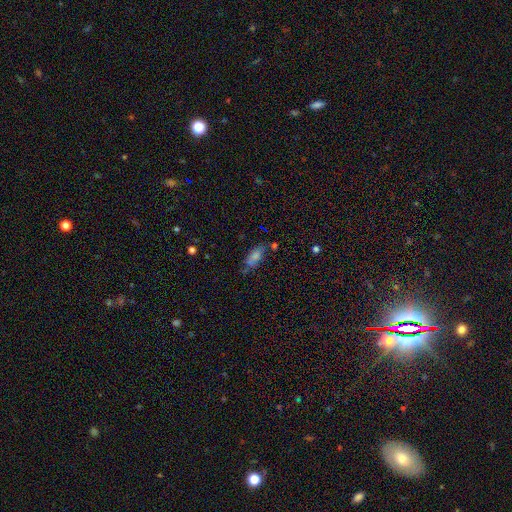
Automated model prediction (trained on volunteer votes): Q: Smooth or featured?
A: smooth (73%); runner-up: featured or disk (15%)
Q: How rounded?
A: in between (74%); runner-up: cigar-shaped (23%)
Q: Merging?
A: none (61%); runner-up: minor disturbance (21%)